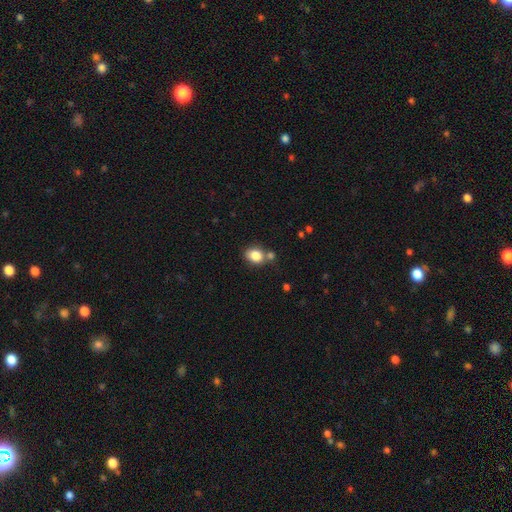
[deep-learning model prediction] smooth_or_featured: smooth (p=0.83) [alt: star or artifact p=0.10]
how_rounded: in between (p=0.53) [alt: round p=0.46]
merging: none (p=0.62) [alt: merger p=0.20]